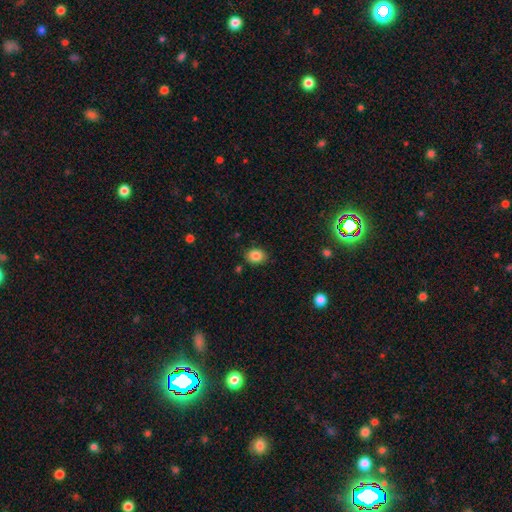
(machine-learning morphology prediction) Q: Smooth or featured?
A: smooth (85%); runner-up: star or artifact (9%)
Q: How rounded?
A: in between (55%); runner-up: round (44%)
Q: Merging?
A: none (84%); runner-up: minor disturbance (11%)